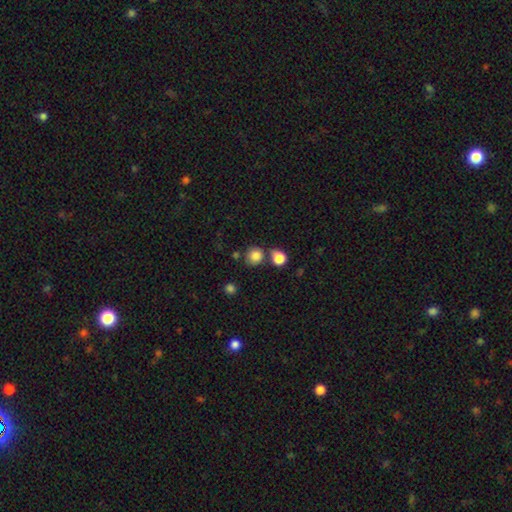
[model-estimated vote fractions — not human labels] smooth-or-featured: smooth: 83% | star or artifact: 11% | featured or disk: 6%
  how-rounded: round: 85% | in between: 14% | cigar-shaped: 1%
  merging: none: 65% | merger: 18% | minor disturbance: 12% | major disturbance: 4%